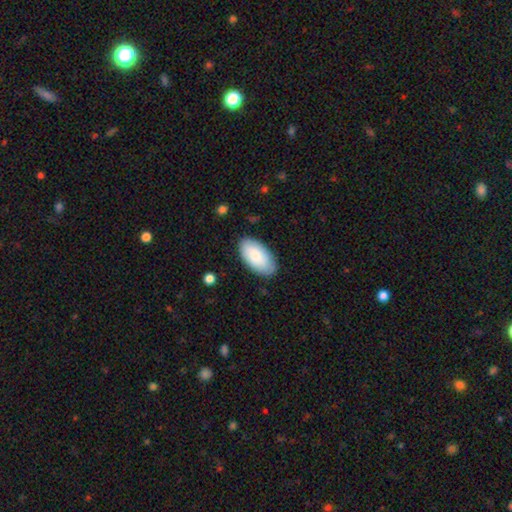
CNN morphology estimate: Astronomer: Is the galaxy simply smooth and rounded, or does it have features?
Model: smooth — 82%.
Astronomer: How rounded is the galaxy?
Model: in between — 96%.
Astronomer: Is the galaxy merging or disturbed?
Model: none — 85%.